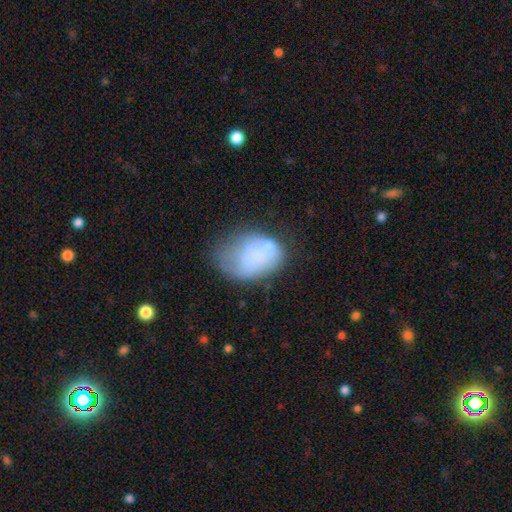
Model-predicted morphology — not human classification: Smooth or featured: smooth — 62% (featured or disk — 29%)
How rounded: in between — 79% (round — 20%)
Merging: minor disturbance — 31% (none — 30%)